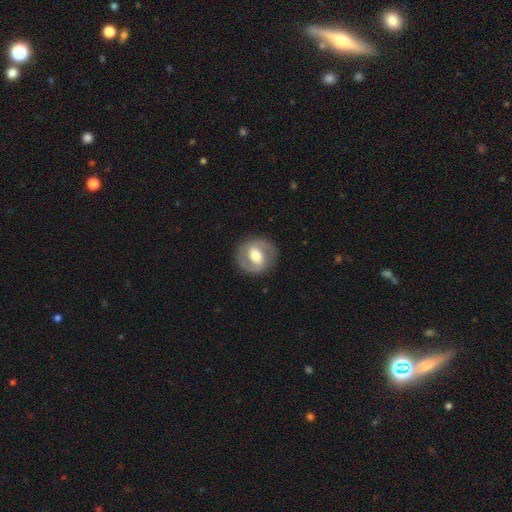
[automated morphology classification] smooth-or-featured: featured or disk: 63% | smooth: 31% | star or artifact: 6%
  disk-edge-on: no: 96% | yes: 4%
    bar: weak: 44% | strong: 30% | no: 26%
    has-spiral-arms: yes: 69% | no: 31%
    bulge-size: moderate: 66% | large: 21% | small: 11% | dominant: 2% | none: 1%
  merging: none: 85% | minor disturbance: 9% | major disturbance: 4% | merger: 1%